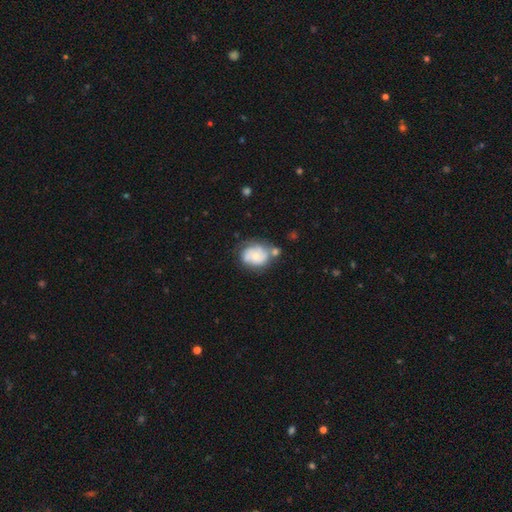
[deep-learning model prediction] Smooth or featured: featured or disk — 55% (smooth — 38%)
Edge-on disk: no — 97% (yes — 3%)
Bar: no — 79% (weak — 18%)
Spiral arms: yes — 76% (no — 24%)
Bulge size: small — 48% (moderate — 45%)
Merging: none — 49% (minor disturbance — 24%)